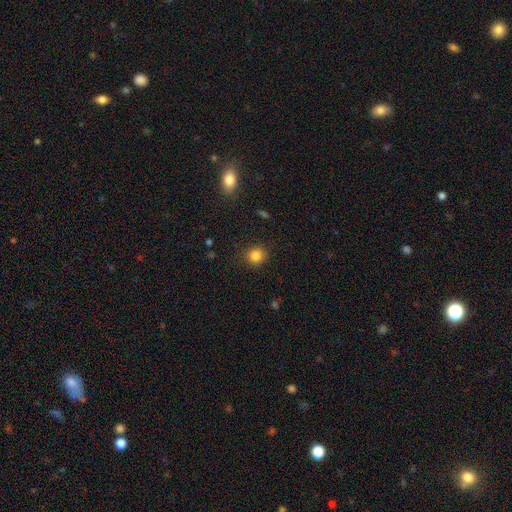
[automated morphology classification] Smooth or featured? Predicted: smooth (p=0.84). How rounded? Predicted: round (p=0.87). Merging? Predicted: none (p=0.88).